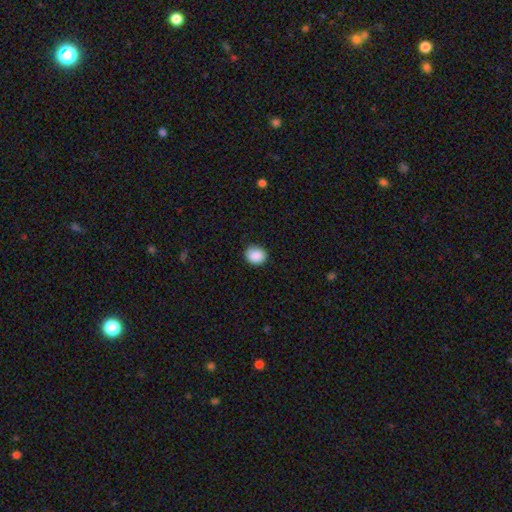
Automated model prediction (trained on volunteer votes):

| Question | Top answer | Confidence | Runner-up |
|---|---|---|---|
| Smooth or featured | smooth | 90% | star or artifact (8%) |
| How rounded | round | 65% | in between (34%) |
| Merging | none | 87% | minor disturbance (10%) |